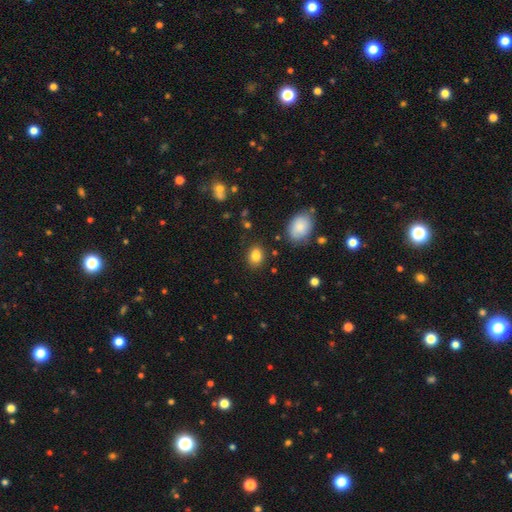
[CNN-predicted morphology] smooth-or-featured: smooth: 84% | star or artifact: 10% | featured or disk: 6%
  how-rounded: in between: 60% | round: 39% | cigar-shaped: 1%
  merging: none: 84% | minor disturbance: 11% | major disturbance: 3% | merger: 2%